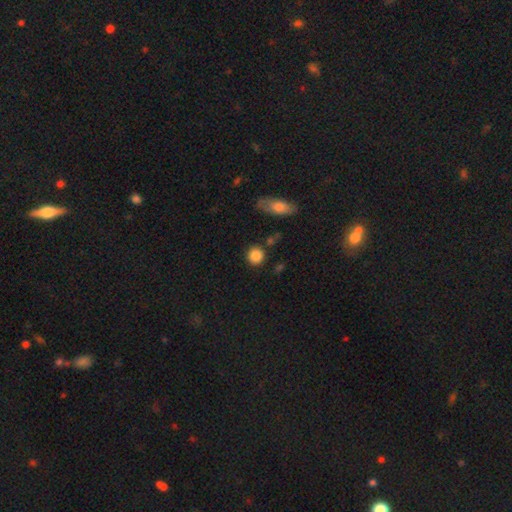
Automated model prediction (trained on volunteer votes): This is clearly a smooth galaxy (85%). How rounded: clearly round (89%). Merging: clearly none (85%).